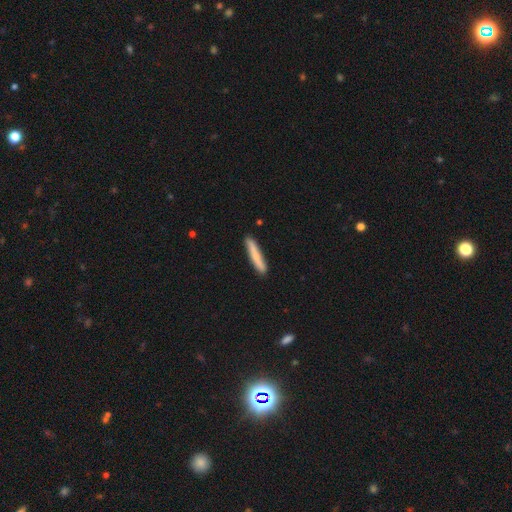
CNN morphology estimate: This appears to be a smooth galaxy with no disk features (72%) that is cigar-shaped (94%). Merging: none (88%).